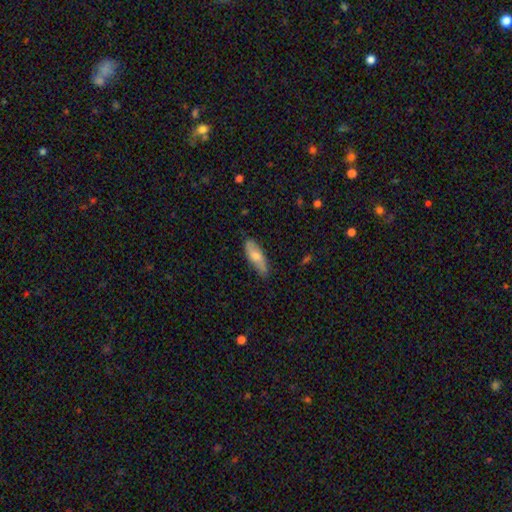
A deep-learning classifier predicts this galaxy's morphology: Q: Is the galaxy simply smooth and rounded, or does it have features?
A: smooth — 67%.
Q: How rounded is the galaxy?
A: in between — 57%.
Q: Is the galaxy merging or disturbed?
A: none — 82%.